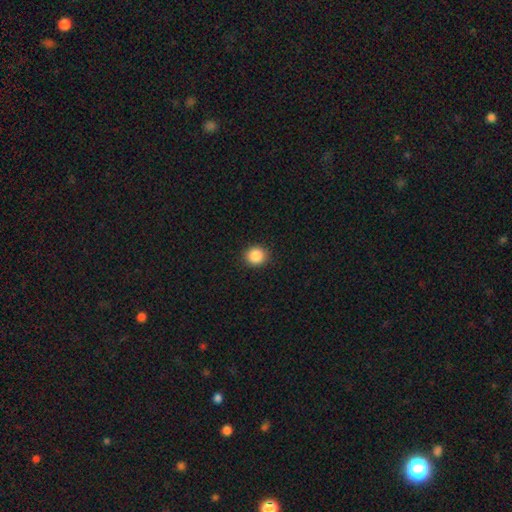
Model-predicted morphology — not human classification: Q: Smooth or featured?
A: smooth (87%); runner-up: star or artifact (9%)
Q: How rounded?
A: round (88%); runner-up: in between (11%)
Q: Merging?
A: none (92%); runner-up: minor disturbance (5%)